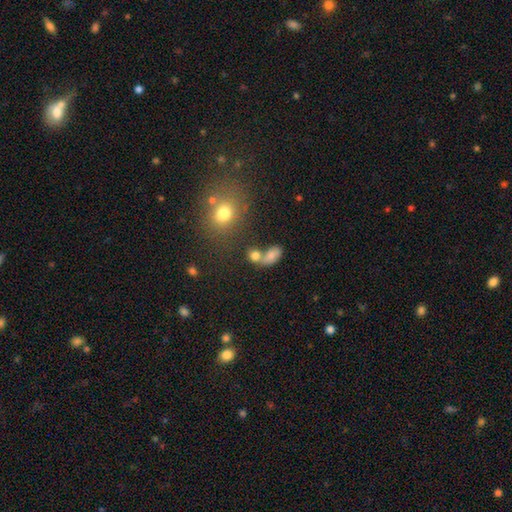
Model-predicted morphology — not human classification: A smooth galaxy with no disk features (60%) that is round (56%).

Vote fractions:
- Smooth or featured? smooth: 60% / star or artifact: 30% / featured or disk: 10%
- How rounded? round: 56% / in between: 42% / cigar-shaped: 2%
- Merging? none: 70% / merger: 13% / minor disturbance: 11% / major disturbance: 6%